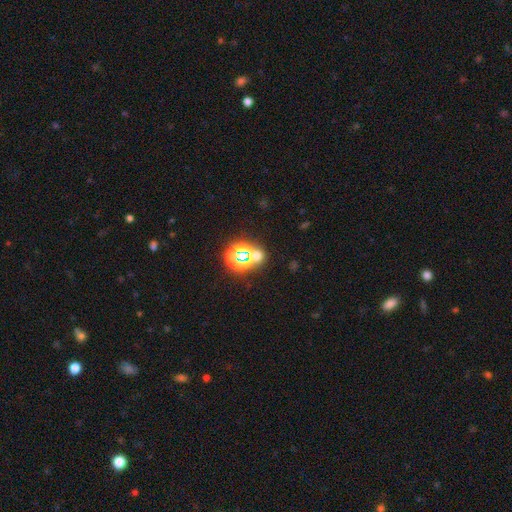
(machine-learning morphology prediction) Smooth or featured? star or artifact (53%)